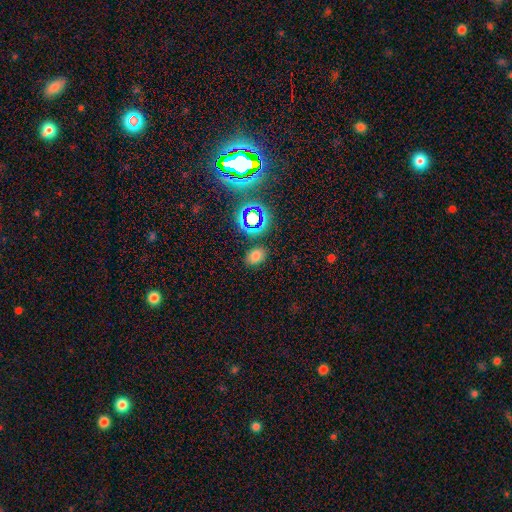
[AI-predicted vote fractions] Smooth or featured? smooth (71%)
How rounded? in between (77%)
Merging? none (83%)